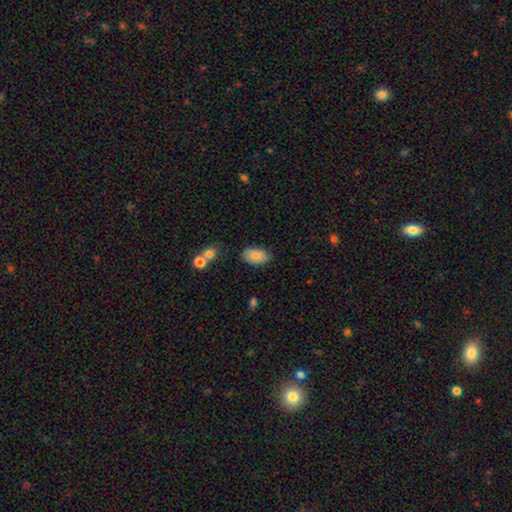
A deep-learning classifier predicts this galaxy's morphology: A smooth galaxy with no disk features (83%) that is in between round and cigar-shaped (93%). Merging: none (80%).